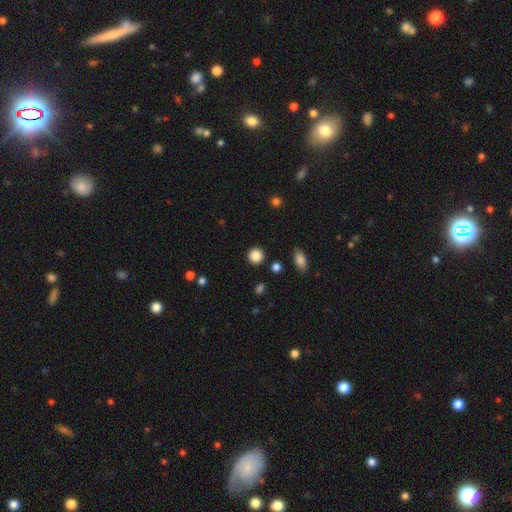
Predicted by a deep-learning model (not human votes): A smooth galaxy with no disk features (87%) that is round (91%).

Vote fractions:
- Smooth or featured? smooth: 87% / star or artifact: 10% / featured or disk: 3%
- How rounded? round: 91% / in between: 8% / cigar-shaped: 1%
- Merging? none: 89% / minor disturbance: 6% / major disturbance: 2% / merger: 2%